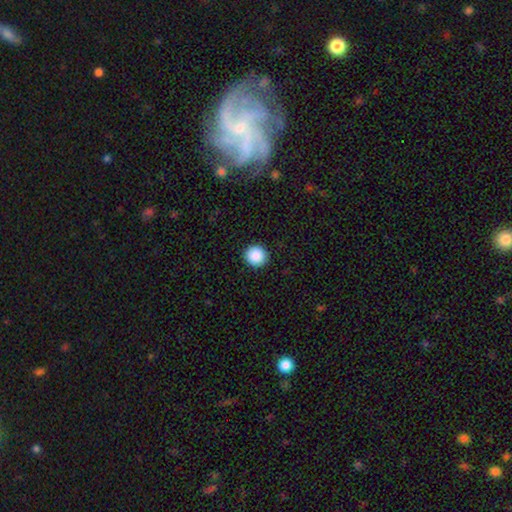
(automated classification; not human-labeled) Q: Smooth or featured?
A: smooth (89%); runner-up: star or artifact (8%)
Q: How rounded?
A: round (95%); runner-up: in between (5%)
Q: Merging?
A: none (93%); runner-up: minor disturbance (5%)